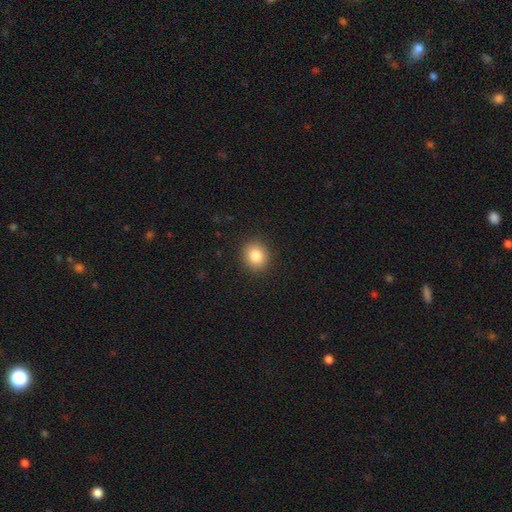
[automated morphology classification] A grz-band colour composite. It shows a smooth galaxy with no disk features (84%) that is round (76%). Merging: none (90%).